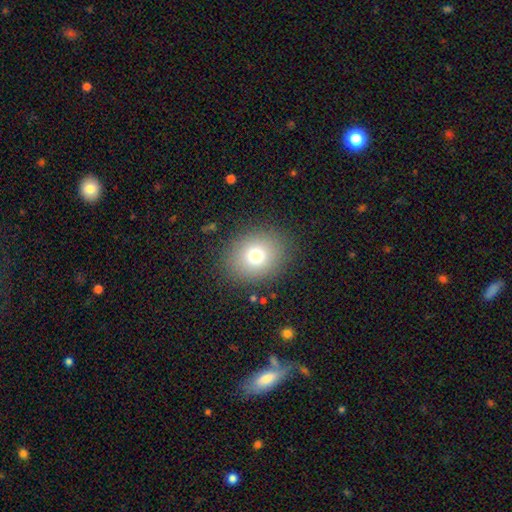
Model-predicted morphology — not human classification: Smooth or featured? smooth (75%)
How rounded? round (64%)
Merging? none (86%)